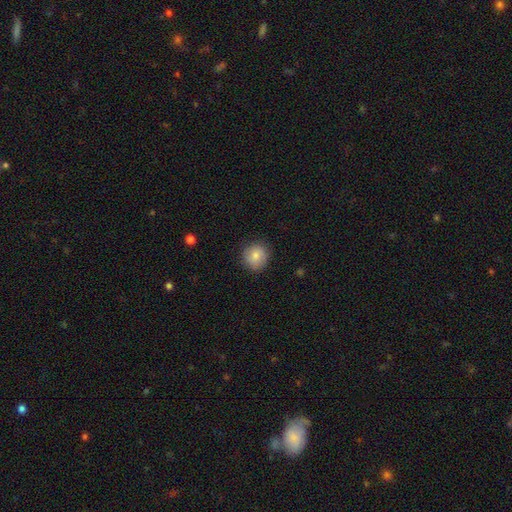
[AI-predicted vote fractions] Smooth or featured? Predicted: smooth (p=0.80). How rounded? Predicted: round (p=0.89). Merging? Predicted: none (p=0.86).